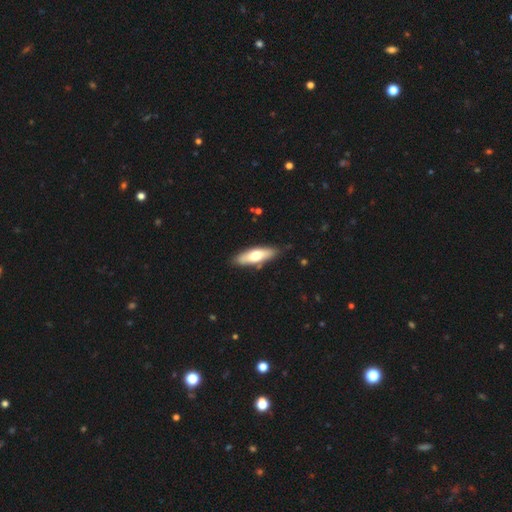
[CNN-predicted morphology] Smooth or featured? Predicted: smooth (p=0.61). How rounded? Predicted: cigar-shaped (p=0.49, tied with in between). Merging? Predicted: none (p=0.85).